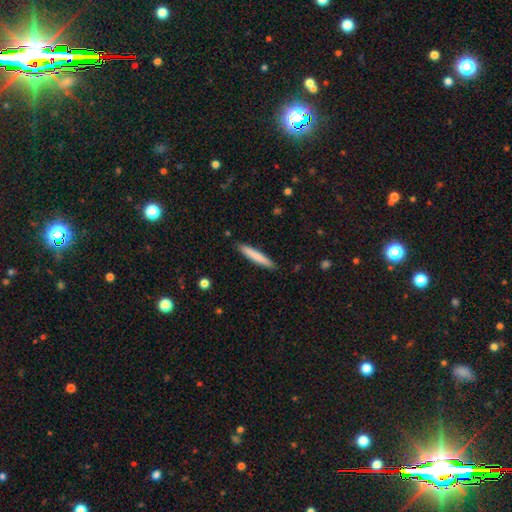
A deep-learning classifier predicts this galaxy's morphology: smooth_or_featured: smooth (p=0.78) [alt: featured or disk p=0.17]
how_rounded: cigar-shaped (p=0.94) [alt: in between p=0.05]
merging: none (p=0.90) [alt: minor disturbance p=0.08]